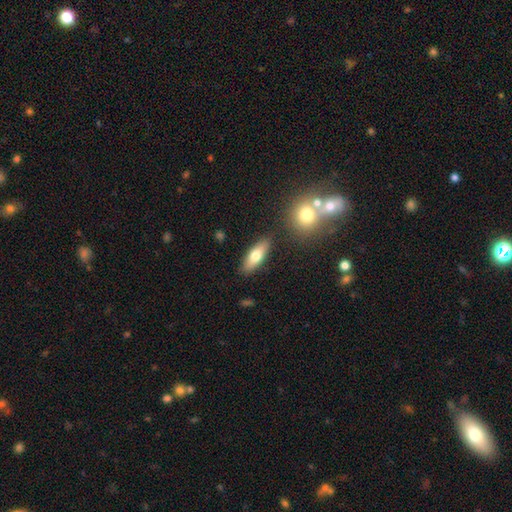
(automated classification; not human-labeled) A smooth galaxy with no disk features (67%) that is in between round and cigar-shaped (60%). Merging: none (85%).